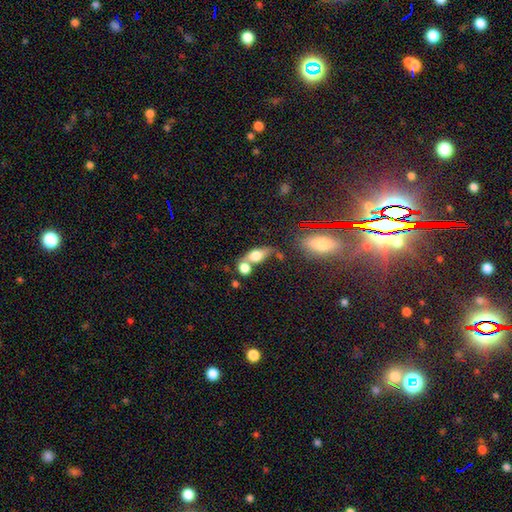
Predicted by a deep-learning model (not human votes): The model was most divided on "merging": merger: 53%, none: 28%, minor disturbance: 11%, major disturbance: 8%. More confident: how rounded — in between (66%); smooth or featured — smooth (65%).